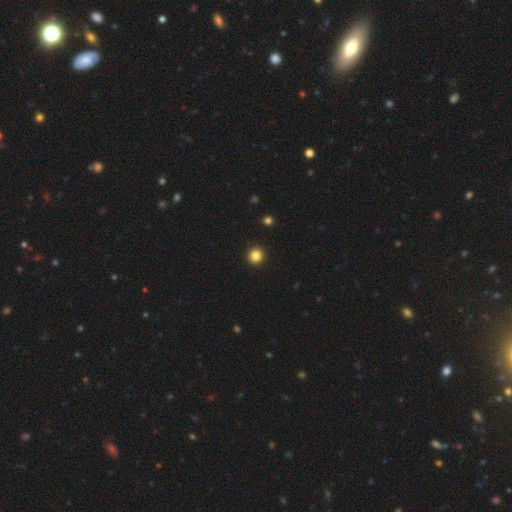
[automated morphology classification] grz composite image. It shows a smooth galaxy with no disk features (84%) that is round (95%). Merging: none (94%).